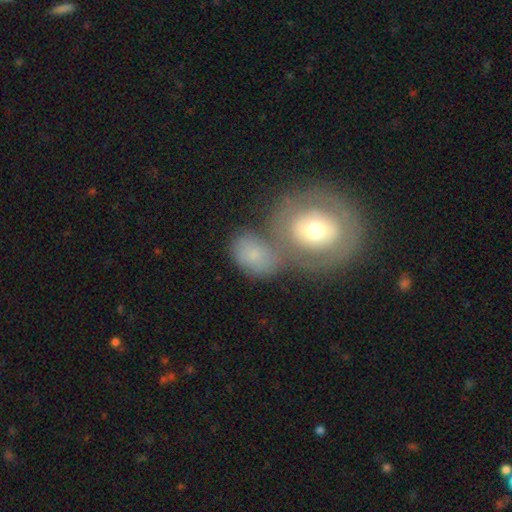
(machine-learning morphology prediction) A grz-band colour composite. It shows a smooth galaxy with no disk features (60%) that is in between round and cigar-shaped (60%). Merging: merger (45%).